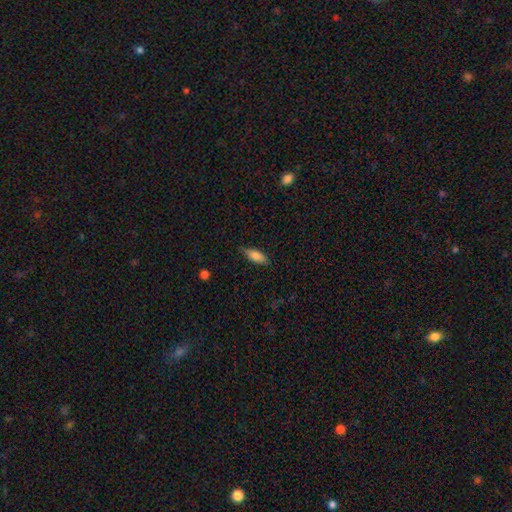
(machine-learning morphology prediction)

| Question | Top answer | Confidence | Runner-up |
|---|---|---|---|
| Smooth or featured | smooth | 82% | featured or disk (12%) |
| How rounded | in between | 70% | cigar-shaped (28%) |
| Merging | none | 79% | minor disturbance (17%) |